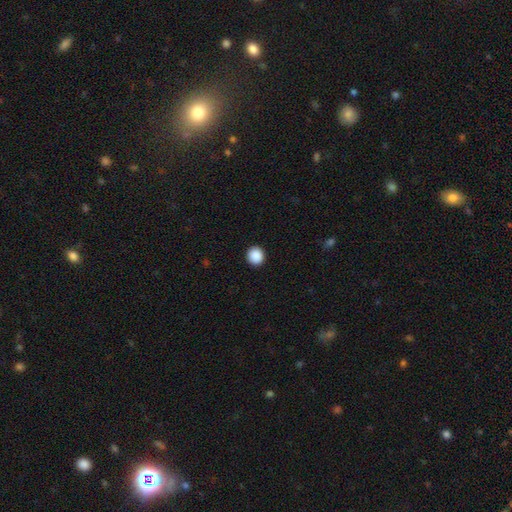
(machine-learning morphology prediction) Q: Smooth or featured?
A: smooth (89%); runner-up: star or artifact (8%)
Q: How rounded?
A: round (90%); runner-up: in between (9%)
Q: Merging?
A: none (93%); runner-up: minor disturbance (5%)